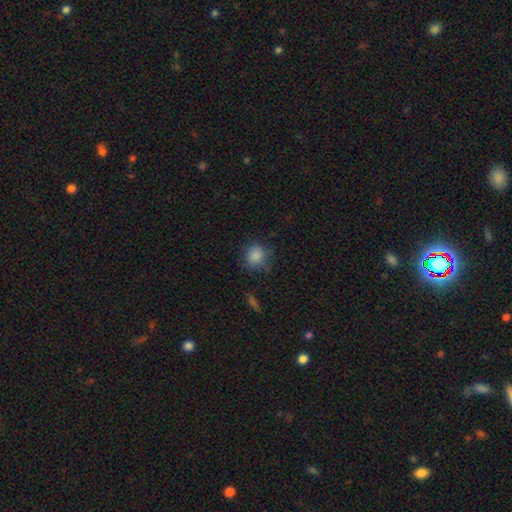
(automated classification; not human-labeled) smooth_or_featured: smooth (p=0.85) [alt: star or artifact p=0.10]
how_rounded: round (p=0.81) [alt: in between p=0.18]
merging: none (p=0.74) [alt: minor disturbance p=0.19]